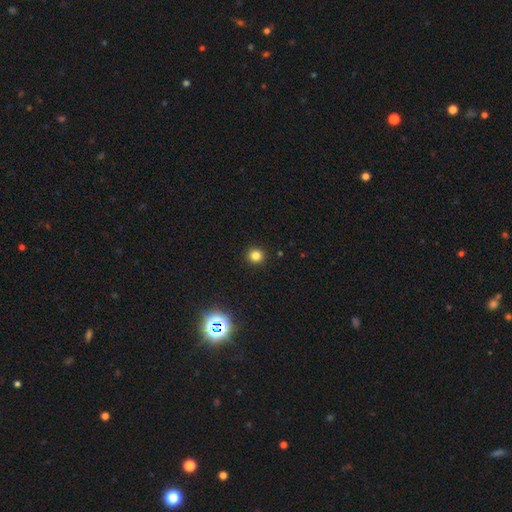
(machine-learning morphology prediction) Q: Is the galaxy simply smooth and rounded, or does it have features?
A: smooth — 80%.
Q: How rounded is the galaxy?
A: round — 93%.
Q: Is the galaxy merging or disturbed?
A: none — 93%.